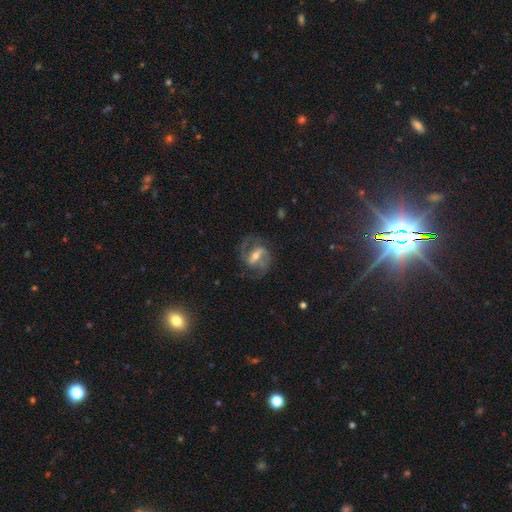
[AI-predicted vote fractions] smooth-or-featured: featured or disk: 85% | smooth: 8% | star or artifact: 6%
  disk-edge-on: no: 96% | yes: 4%
    bar: strong: 58% | weak: 32% | no: 10%
    has-spiral-arms: yes: 94% | no: 6%
      spiral-winding: medium: 58% | tight: 22% | loose: 20%
      spiral-arm-count: 2: 89% | can't tell: 4% | 1: 2% | 3: 2% | 4: 1% | more than 4: 1%
    bulge-size: moderate: 58% | small: 34% | large: 5% | none: 2% | dominant: 1%
  merging: none: 73% | minor disturbance: 15% | major disturbance: 10% | merger: 2%